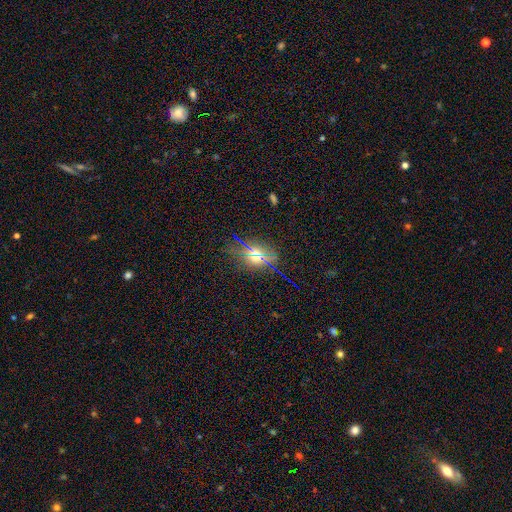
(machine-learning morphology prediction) Smooth or featured? Predicted: smooth (p=0.47). Merging? Predicted: none (p=0.82).